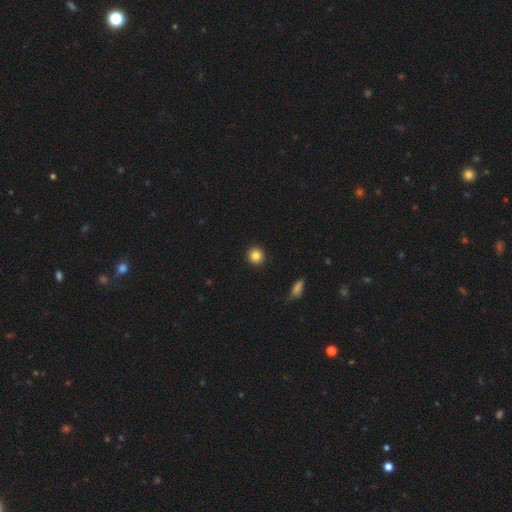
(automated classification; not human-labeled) smooth_or_featured: smooth (p=0.85) [alt: star or artifact p=0.10]
how_rounded: round (p=0.94) [alt: in between p=0.05]
merging: none (p=0.92) [alt: minor disturbance p=0.05]